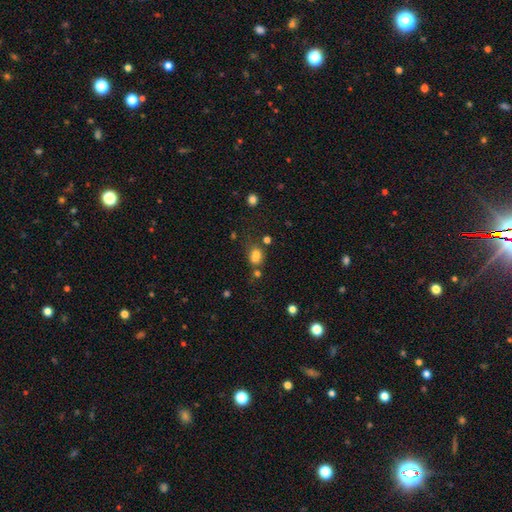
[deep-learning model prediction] This is likely a smooth galaxy (78%). How rounded: likely in between (66%). Merging: possibly none (51%).